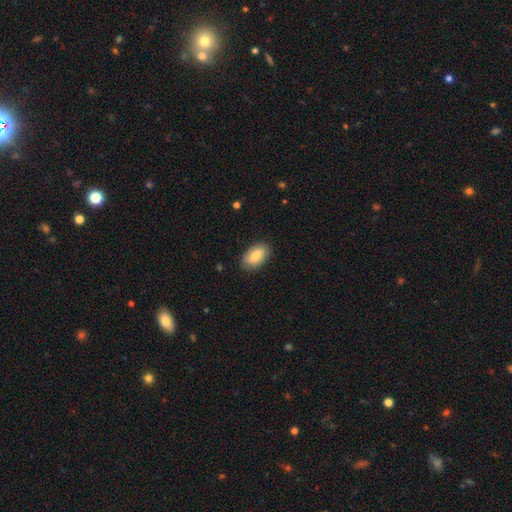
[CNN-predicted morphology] This appears to be a smooth galaxy with no disk features (80%) that is in between round and cigar-shaped (94%). Merging: none (83%).